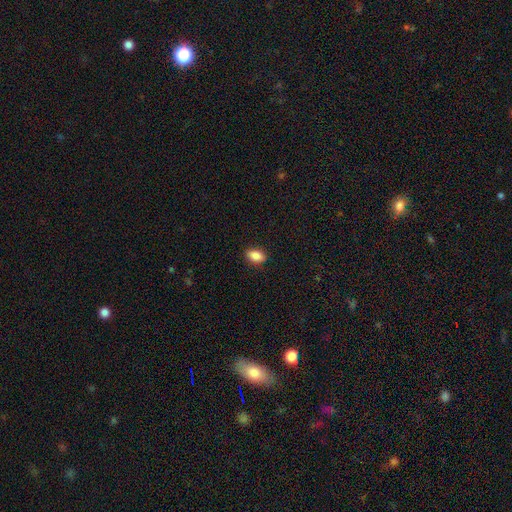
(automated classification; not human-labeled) This appears to be a smooth galaxy with no disk features (87%) that is in between round and cigar-shaped (88%). Merging: none (89%).